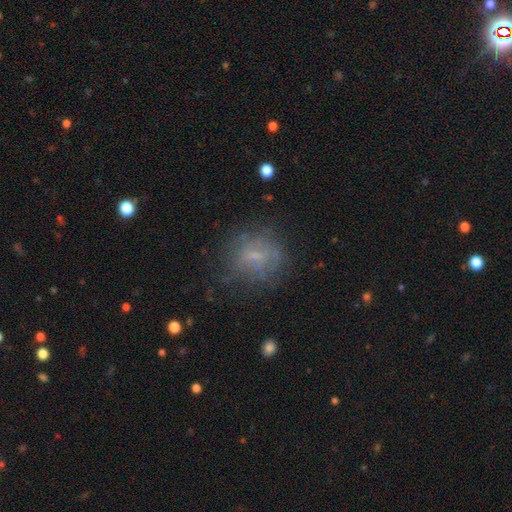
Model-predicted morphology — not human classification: This appears to be a smooth galaxy with no disk features (51%) that is round (70%). Merging: none (66%).